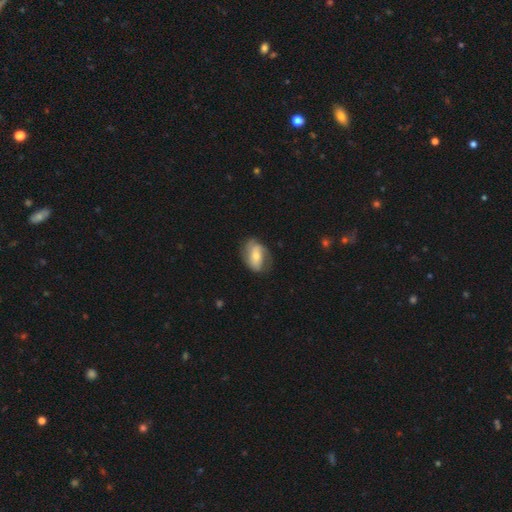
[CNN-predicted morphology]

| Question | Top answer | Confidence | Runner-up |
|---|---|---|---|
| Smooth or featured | featured or disk | 52% | smooth (41%) |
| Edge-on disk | no | 94% | yes (6%) |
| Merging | none | 63% | minor disturbance (25%) |